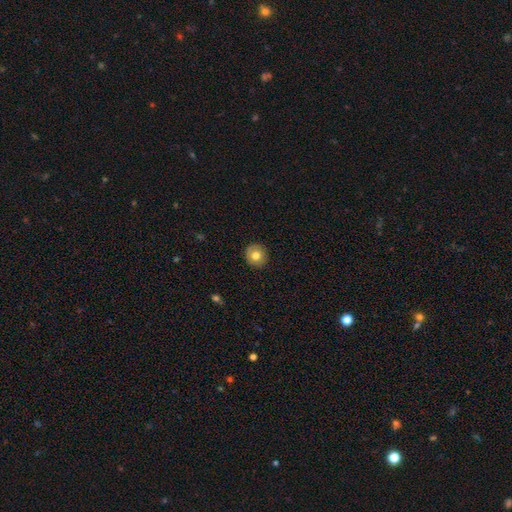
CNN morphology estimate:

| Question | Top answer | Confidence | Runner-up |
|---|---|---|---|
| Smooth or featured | smooth | 75% | featured or disk (16%) |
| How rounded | round | 93% | in between (6%) |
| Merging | none | 89% | minor disturbance (8%) |